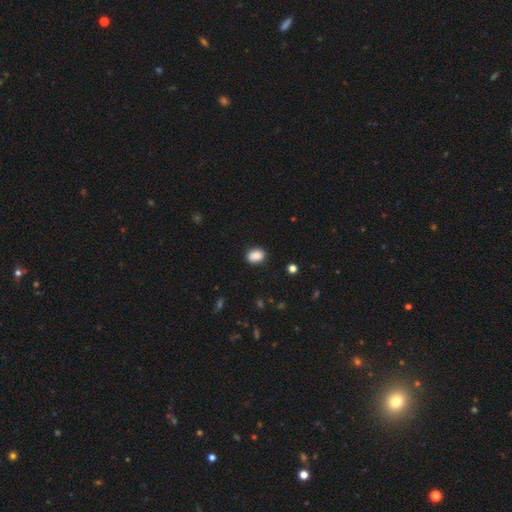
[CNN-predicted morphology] Smooth or featured: smooth — 89% (star or artifact — 8%)
How rounded: in between — 67% (round — 31%)
Merging: none — 87% (minor disturbance — 9%)